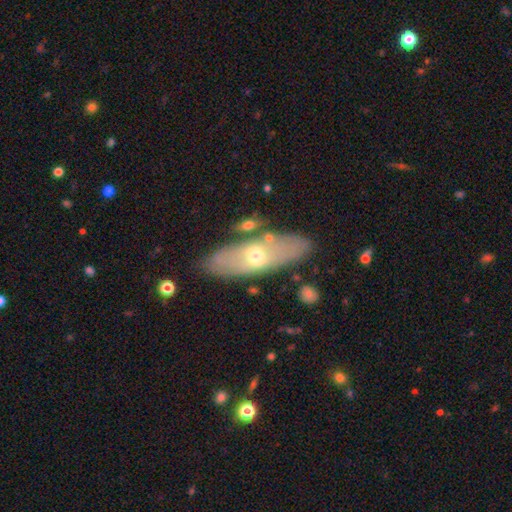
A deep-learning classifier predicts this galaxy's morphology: Overall: featured or disk (50%; smooth 44%). Merging: none (74%).